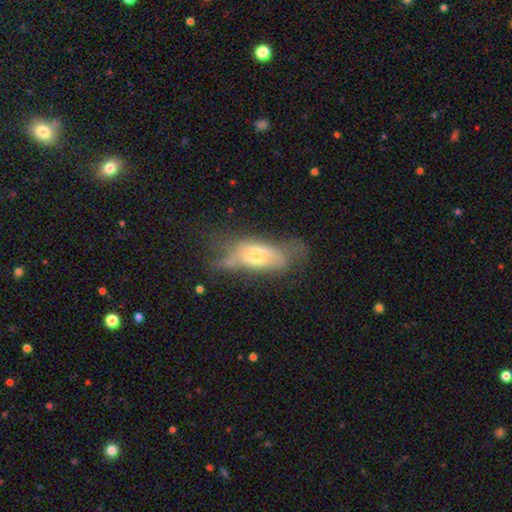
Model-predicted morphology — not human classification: smooth_or_featured: featured or disk (p=0.53) [alt: smooth p=0.38]
disk_edge_on: no (p=0.61) [alt: yes p=0.39]
merging: none (p=0.34) [alt: major disturbance p=0.33]